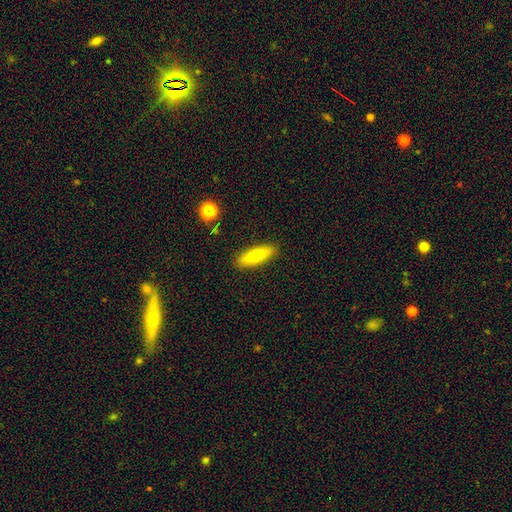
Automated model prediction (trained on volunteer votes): Q: Smooth or featured?
A: smooth (67%); runner-up: featured or disk (26%)
Q: How rounded?
A: cigar-shaped (49%); runner-up: in between (48%)
Q: Merging?
A: none (89%); runner-up: minor disturbance (8%)